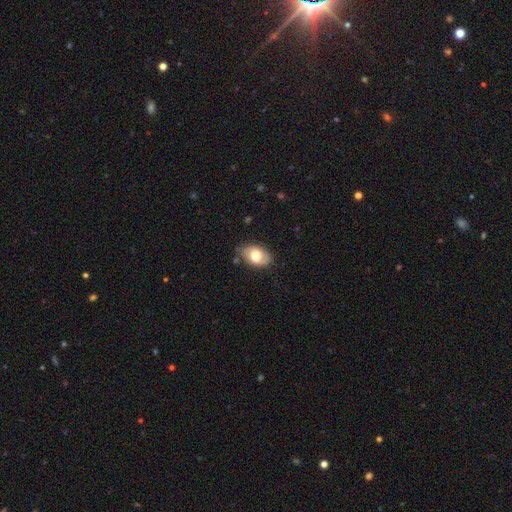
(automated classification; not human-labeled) Smooth or featured: smooth — 65% (featured or disk — 28%)
How rounded: in between — 89% (round — 10%)
Merging: none — 73% (minor disturbance — 20%)